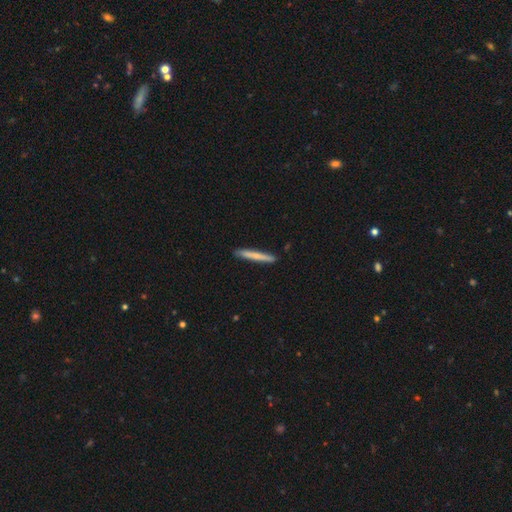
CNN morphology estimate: smooth_or_featured: smooth (p=0.70) [alt: featured or disk p=0.24]
how_rounded: cigar-shaped (p=0.96) [alt: in between p=0.02]
merging: none (p=0.90) [alt: minor disturbance p=0.07]